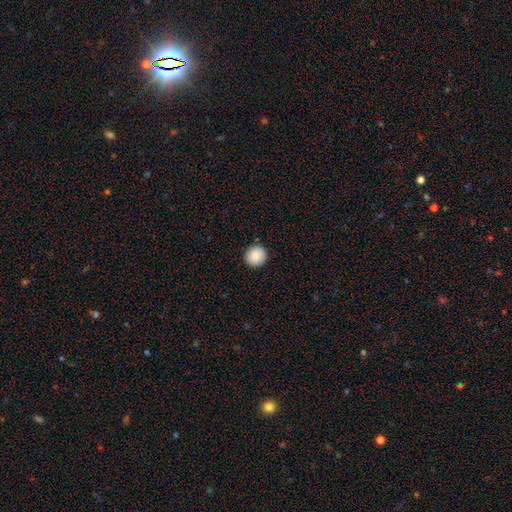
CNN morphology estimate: Smooth or featured?
  - smooth: 88% *
  - star or artifact: 8%
  - featured or disk: 4%
How rounded?
  - round: 91% *
  - in between: 9%
  - cigar-shaped: 1%
Merging?
  - none: 92% *
  - minor disturbance: 6%
  - major disturbance: 2%
  - merger: 1%